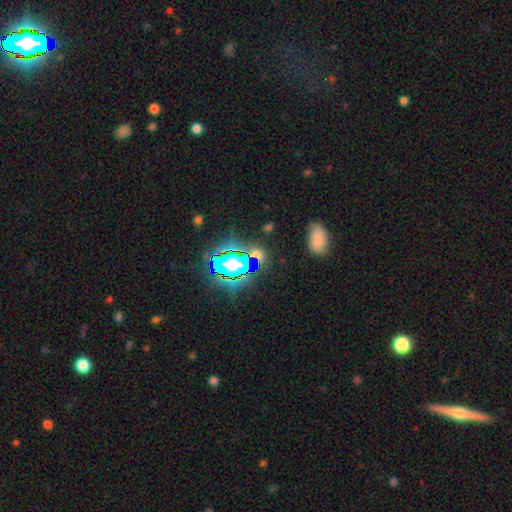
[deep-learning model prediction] smooth-or-featured: star or artifact: 62% | smooth: 26% | featured or disk: 12%